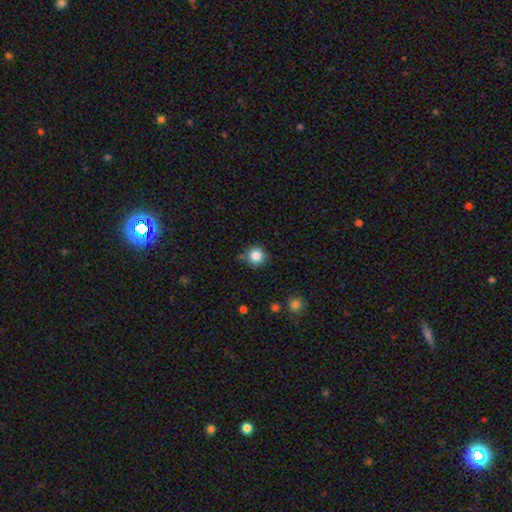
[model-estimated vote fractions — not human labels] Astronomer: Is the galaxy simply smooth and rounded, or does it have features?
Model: smooth — 85%.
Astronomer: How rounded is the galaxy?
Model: round — 95%.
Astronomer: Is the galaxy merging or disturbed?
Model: none — 84%.